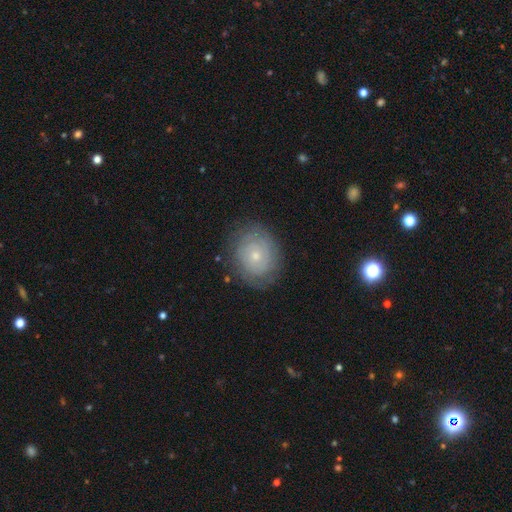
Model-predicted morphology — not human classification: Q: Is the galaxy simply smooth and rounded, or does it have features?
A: featured or disk — 61%.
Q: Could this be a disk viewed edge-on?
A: no — 97%.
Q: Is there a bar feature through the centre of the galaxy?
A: no — 84%.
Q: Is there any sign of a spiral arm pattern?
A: yes — 77%.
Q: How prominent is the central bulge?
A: small — 67%.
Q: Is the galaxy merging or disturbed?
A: none — 81%.